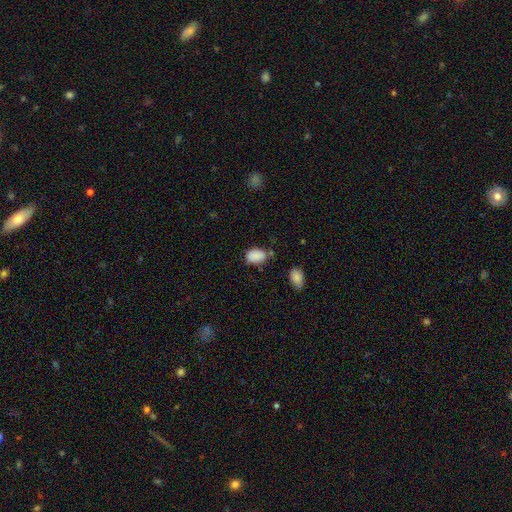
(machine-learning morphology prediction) Smooth or featured?
  - smooth: 87% *
  - star or artifact: 8%
  - featured or disk: 5%
How rounded?
  - in between: 87% *
  - round: 12%
  - cigar-shaped: 1%
Merging?
  - none: 63% *
  - minor disturbance: 24%
  - merger: 8%
  - major disturbance: 6%